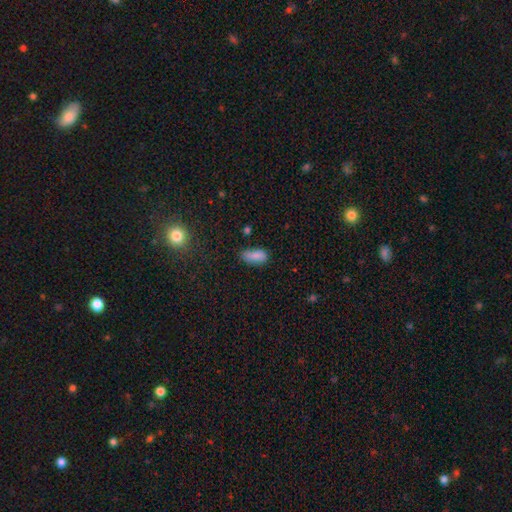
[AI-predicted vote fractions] Overall: smooth (83%). How rounded: in between (85%). Merging: none (64%; minor disturbance 27%).